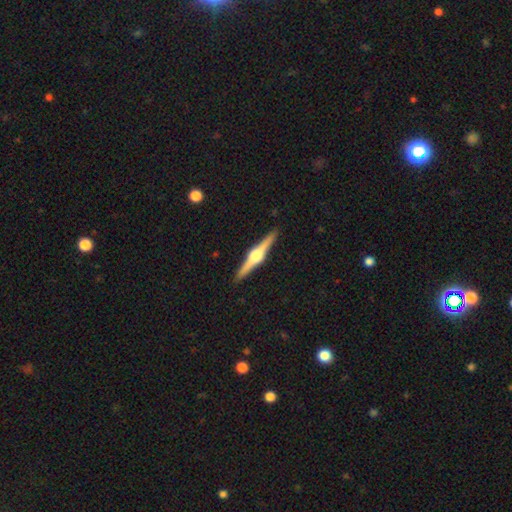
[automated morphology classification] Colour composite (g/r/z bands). It shows a featured or disk galaxy (84%) viewed edge-on (99%) with a rounded central bulge (94%). Merging: none (92%).